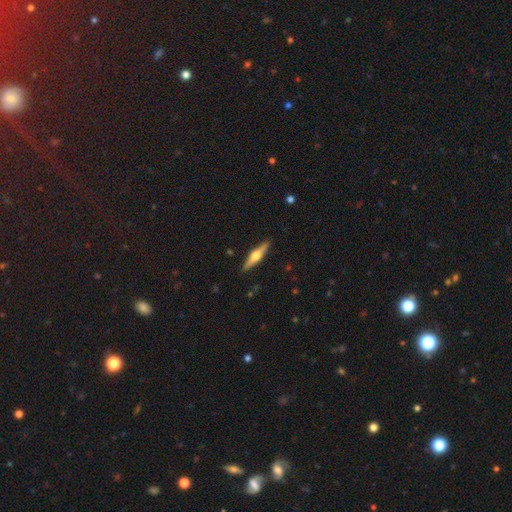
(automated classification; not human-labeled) Overall: featured or disk (63%; smooth 32%). Edge-on disk: yes (97%). Edge-on bulge: rounded (92%). Merging: none (90%).